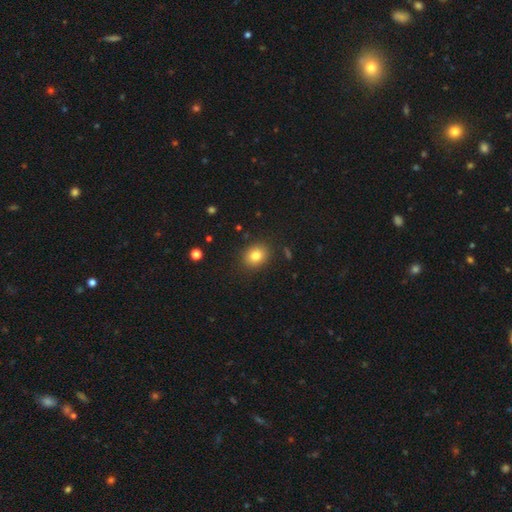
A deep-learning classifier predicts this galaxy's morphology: smooth_or_featured: smooth (p=0.81) [alt: star or artifact p=0.11]
how_rounded: round (p=0.61) [alt: in between p=0.38]
merging: none (p=0.88) [alt: minor disturbance p=0.08]